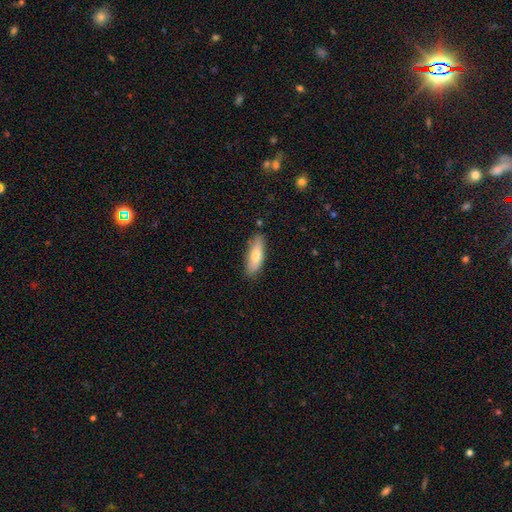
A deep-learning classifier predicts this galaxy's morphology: Smooth or featured? Predicted: smooth (p=0.69). How rounded? Predicted: in between (p=0.57). Merging? Predicted: none (p=0.83).